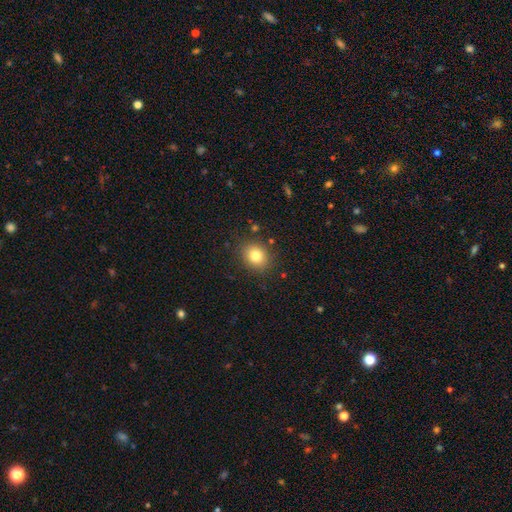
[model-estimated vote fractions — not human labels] This appears to be a smooth galaxy with no disk features (80%) that is round (62%). Merging: none (86%).